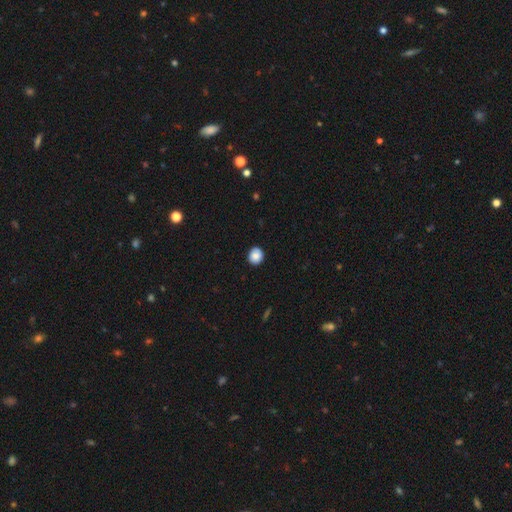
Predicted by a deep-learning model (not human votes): smooth-or-featured: smooth: 85% | star or artifact: 9% | featured or disk: 6%
  how-rounded: round: 83% | in between: 16% | cigar-shaped: 1%
  merging: none: 89% | minor disturbance: 8% | major disturbance: 2% | merger: 1%